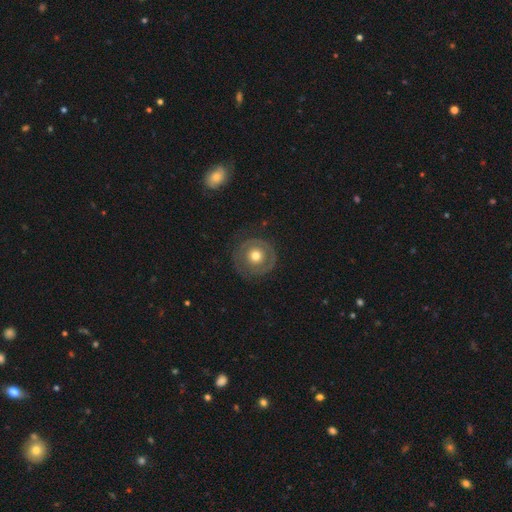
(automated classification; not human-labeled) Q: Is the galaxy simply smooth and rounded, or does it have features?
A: featured or disk — 47%.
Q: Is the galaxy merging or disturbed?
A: none — 77%.